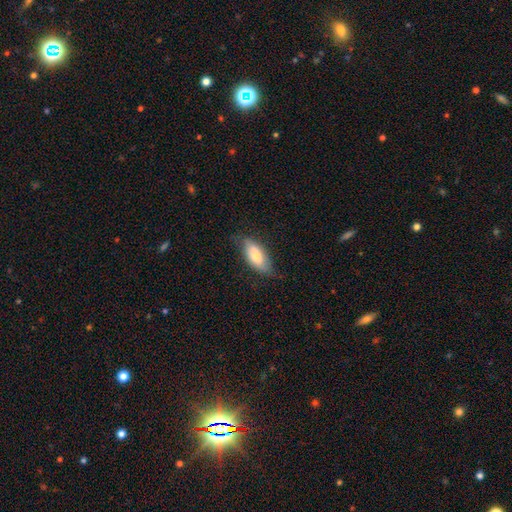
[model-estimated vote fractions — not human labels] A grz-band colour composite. It shows a smooth galaxy with no disk features (72%) that is in between round and cigar-shaped (84%). Merging: none (71%).